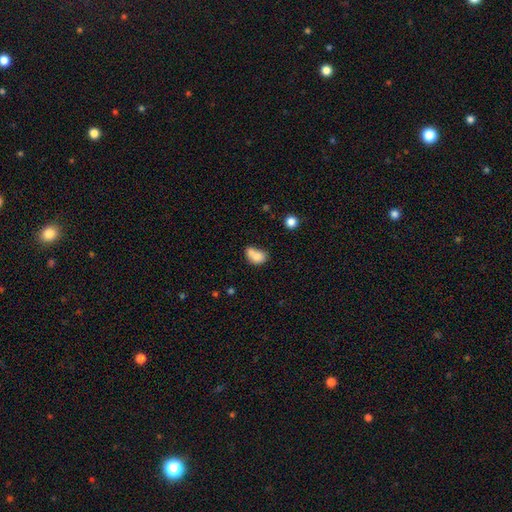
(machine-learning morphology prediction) Smooth or featured? Predicted: smooth (p=0.76). How rounded? Predicted: in between (p=0.68). Merging? Predicted: merger (p=0.54).